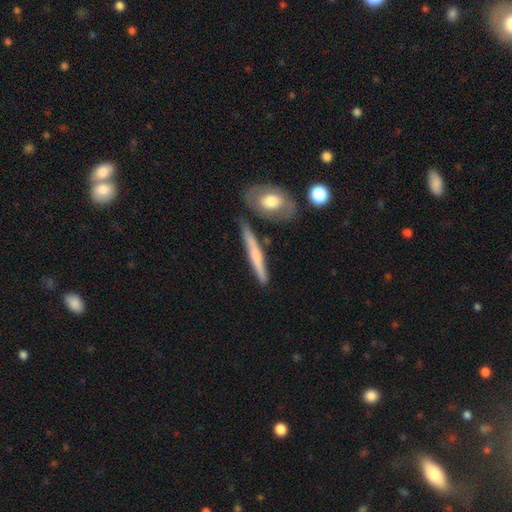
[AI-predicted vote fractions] smooth_or_featured: smooth (p=0.49) [alt: featured or disk p=0.45]
merging: none (p=0.79) [alt: minor disturbance p=0.12]